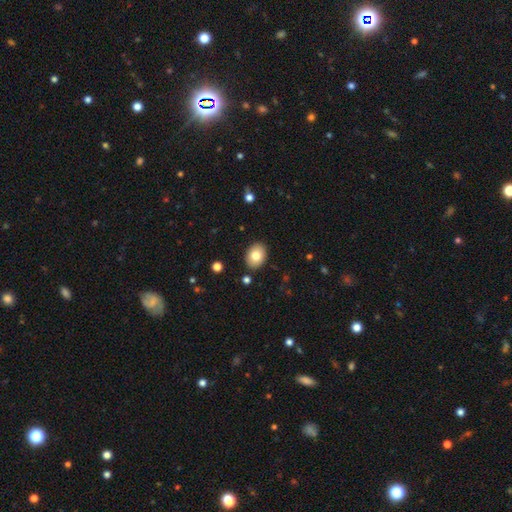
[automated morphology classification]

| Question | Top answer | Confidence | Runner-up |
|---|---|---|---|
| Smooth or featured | smooth | 79% | featured or disk (13%) |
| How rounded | in between | 72% | round (27%) |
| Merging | none | 89% | minor disturbance (8%) |